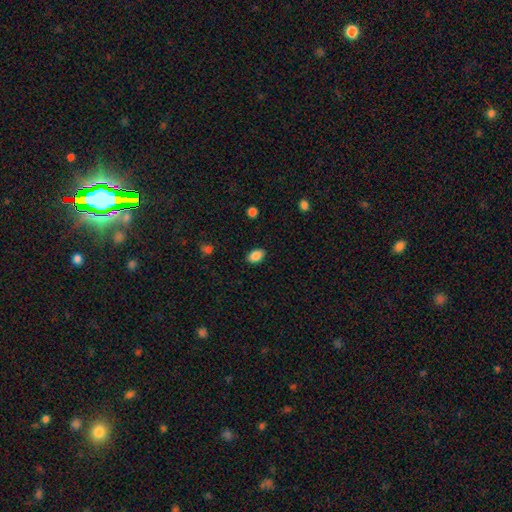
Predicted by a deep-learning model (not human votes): Overall: smooth (88%). How rounded: in between (87%). Merging: none (86%).